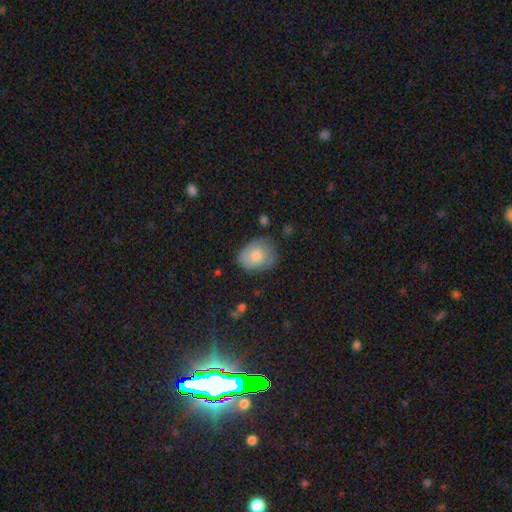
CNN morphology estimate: Smooth or featured? Predicted: smooth (p=0.72). How rounded? Predicted: round (p=0.50). Merging? Predicted: none (p=0.70).